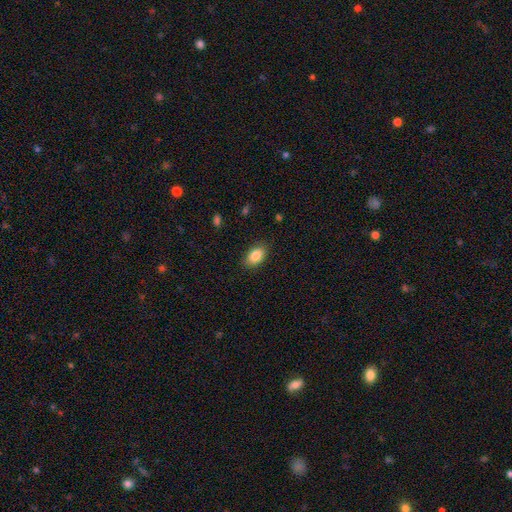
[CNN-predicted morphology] Smooth or featured: smooth — 86% (star or artifact — 8%)
How rounded: in between — 90% (round — 9%)
Merging: none — 86% (minor disturbance — 10%)